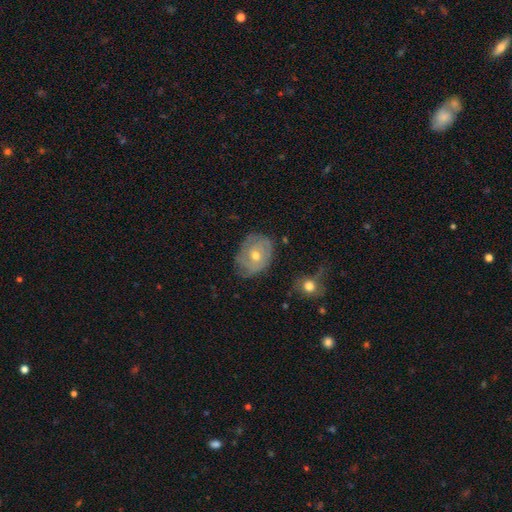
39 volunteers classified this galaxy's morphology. This appears to be a featured or disk galaxy (74%) with no bar (79%), tight (73%) spiral arms (76%) and a moderate central bulge (66%). Merging: none (69%).